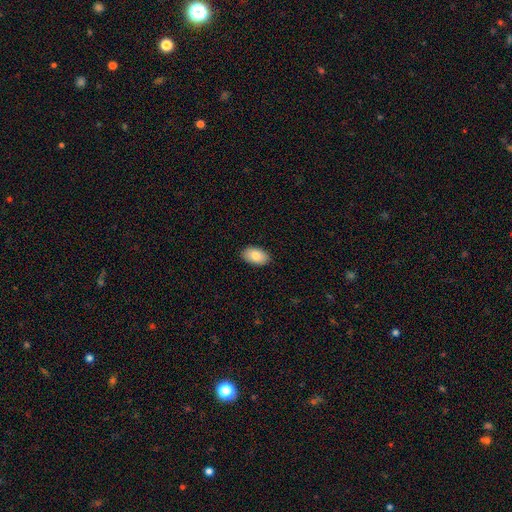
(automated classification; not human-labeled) Overall: smooth (84%). How rounded: in between (94%). Merging: none (89%).